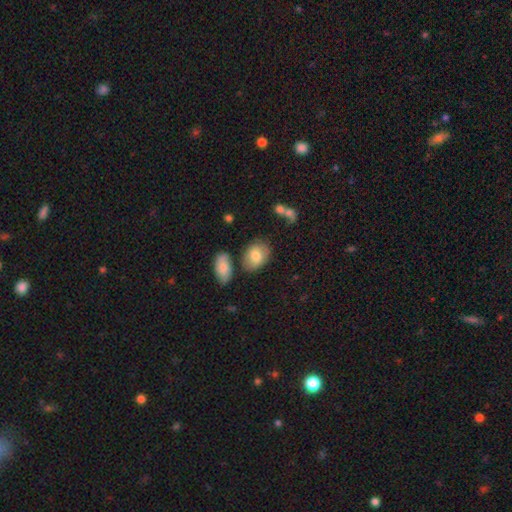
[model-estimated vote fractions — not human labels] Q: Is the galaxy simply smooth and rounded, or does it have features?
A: smooth — 77%.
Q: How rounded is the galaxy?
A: in between — 73%.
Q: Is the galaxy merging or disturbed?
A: none — 69%.